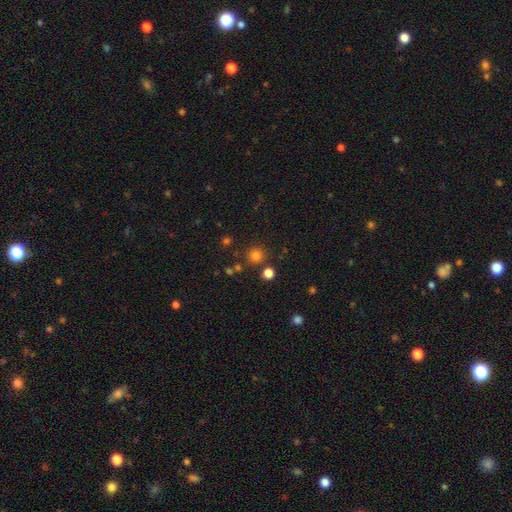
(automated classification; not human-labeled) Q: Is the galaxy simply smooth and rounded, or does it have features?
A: smooth — 78%.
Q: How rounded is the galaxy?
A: round — 93%.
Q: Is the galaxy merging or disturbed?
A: none — 82%.